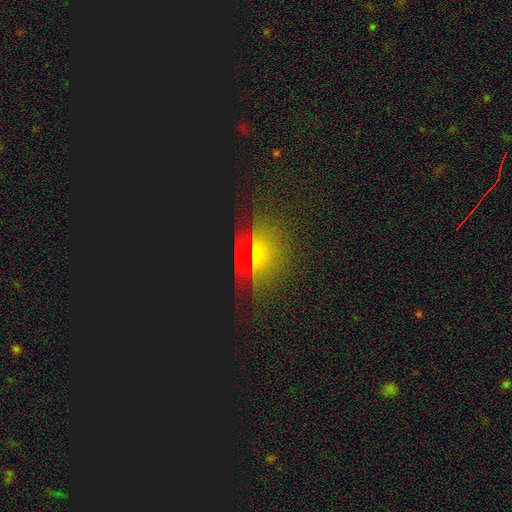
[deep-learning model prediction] smooth-or-featured: star or artifact: 58% | smooth: 25% | featured or disk: 17%